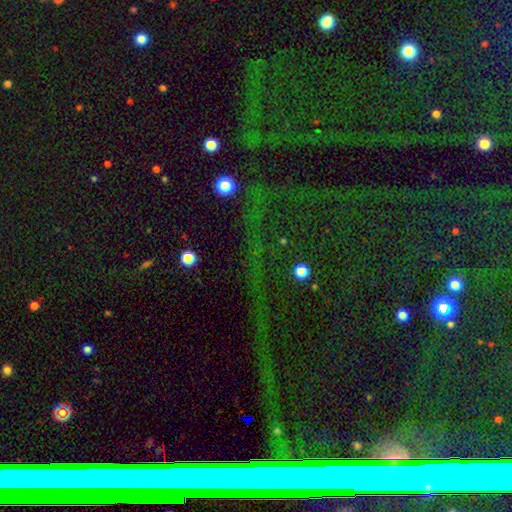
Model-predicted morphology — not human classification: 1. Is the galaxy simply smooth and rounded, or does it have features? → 76% star or artifact, 12% featured or disk, 12% smooth.